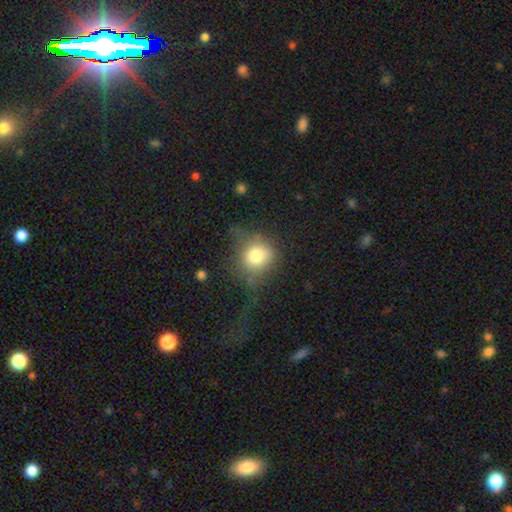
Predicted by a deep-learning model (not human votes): Smooth or featured: smooth — 76% (featured or disk — 13%)
How rounded: round — 79% (in between — 20%)
Merging: none — 46% (minor disturbance — 26%)